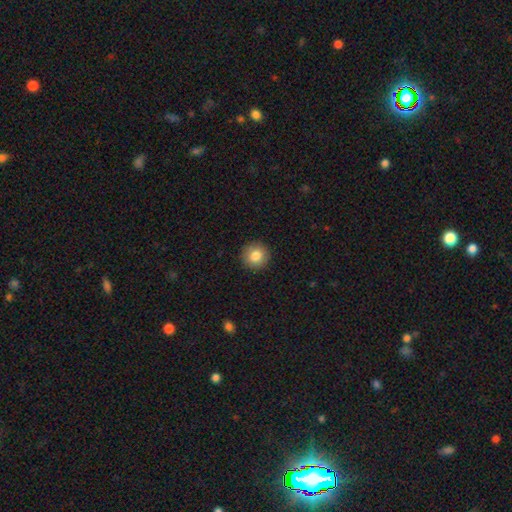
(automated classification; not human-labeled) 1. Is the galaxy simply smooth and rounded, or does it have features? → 83% smooth, 9% star or artifact, 8% featured or disk.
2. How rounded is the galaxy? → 94% round, 5% in between, 1% cigar-shaped.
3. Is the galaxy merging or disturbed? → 92% none, 5% minor disturbance, 2% major disturbance, 1% merger.